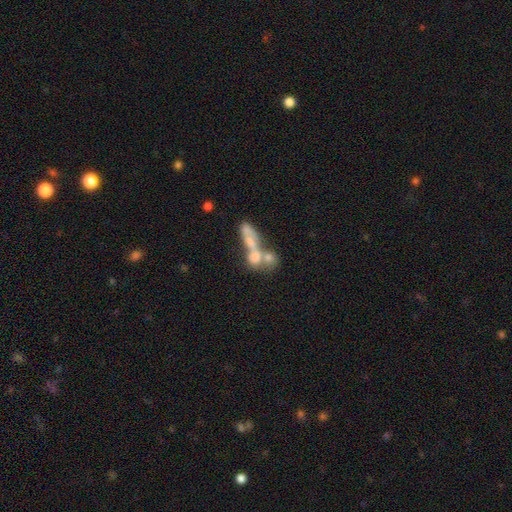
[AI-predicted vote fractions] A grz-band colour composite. It shows a smooth galaxy with no disk features (58%) that is in between round and cigar-shaped (51%). Merging: merger (69%).